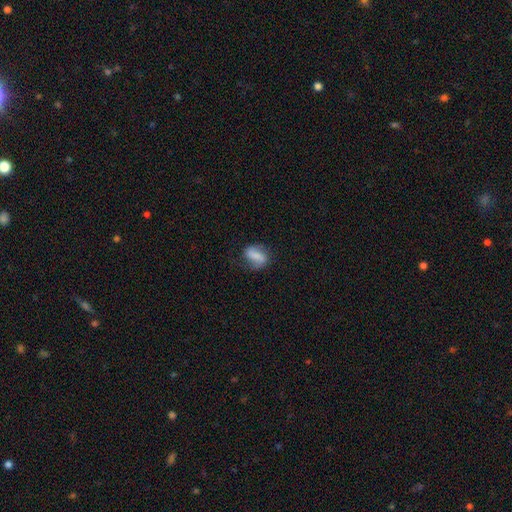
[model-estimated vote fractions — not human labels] A smooth galaxy with no disk features (53%) that is in between round and cigar-shaped (73%). Merging: none (66%).